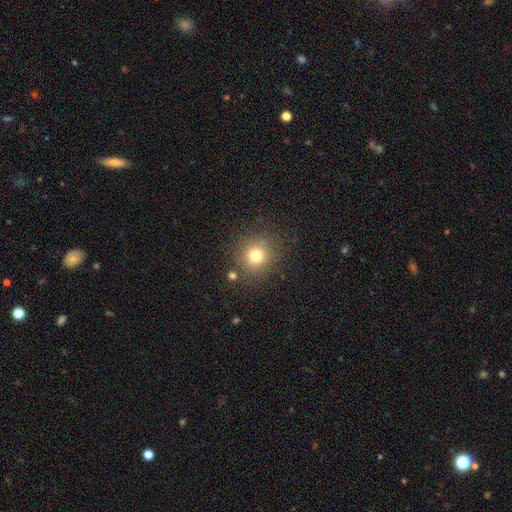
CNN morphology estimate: type=smooth (75%); roundness=round (92%); merging=none (84%).